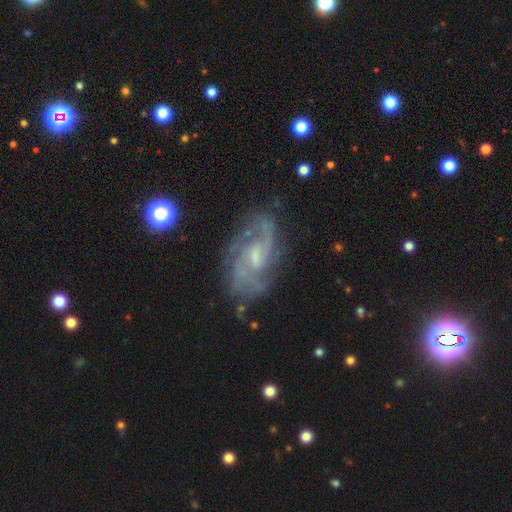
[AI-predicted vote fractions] Morphology: type=featured or disk (87%); edge-on=no (96%); bar=weak (57%); spiral arms=yes (96%); winding=medium (52%); arm count=2 (57%); bulge=small (48%); merging=none (71%).